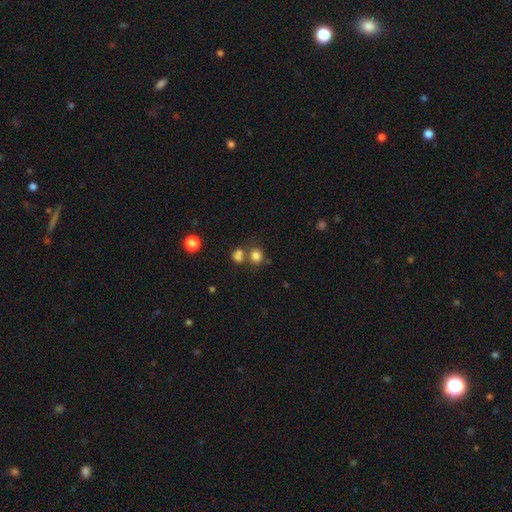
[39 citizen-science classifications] Q: Smooth or featured?
A: smooth (82%); runner-up: featured or disk (10%)
Q: How rounded?
A: round (66%); runner-up: in between (31%)
Q: Merging?
A: none (50%); runner-up: merger (39%)